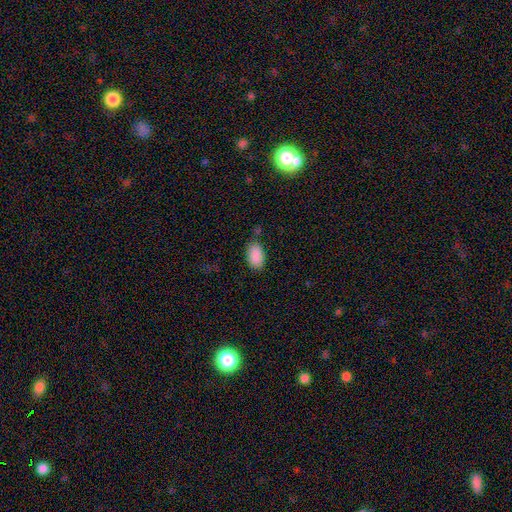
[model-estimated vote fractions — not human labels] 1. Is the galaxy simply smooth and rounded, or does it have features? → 90% smooth, 7% star or artifact, 3% featured or disk.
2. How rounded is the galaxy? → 94% in between, 5% round, 2% cigar-shaped.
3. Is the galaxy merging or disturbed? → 77% none, 15% minor disturbance, 4% merger, 4% major disturbance.